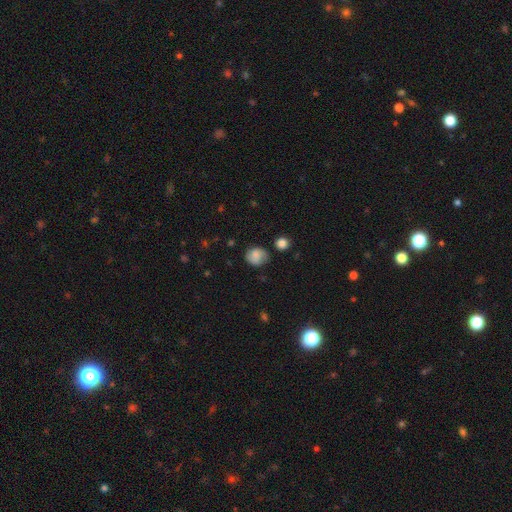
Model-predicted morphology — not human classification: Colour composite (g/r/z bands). It shows a smooth galaxy with no disk features (73%) that is round (72%). Merging: none (70%).